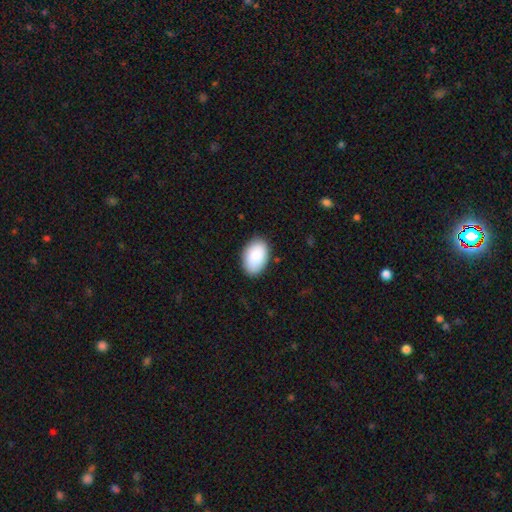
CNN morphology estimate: The model was most divided on "merging": none: 84%, minor disturbance: 12%, major disturbance: 2%, merger: 1%. More confident: how rounded — in between (92%); smooth or featured — smooth (88%).